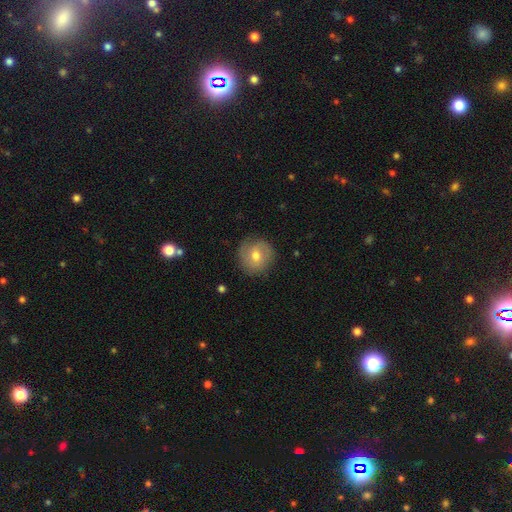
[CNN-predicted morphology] Smooth or featured: smooth — 58% (featured or disk — 35%)
How rounded: round — 90% (in between — 9%)
Merging: none — 81% (minor disturbance — 14%)